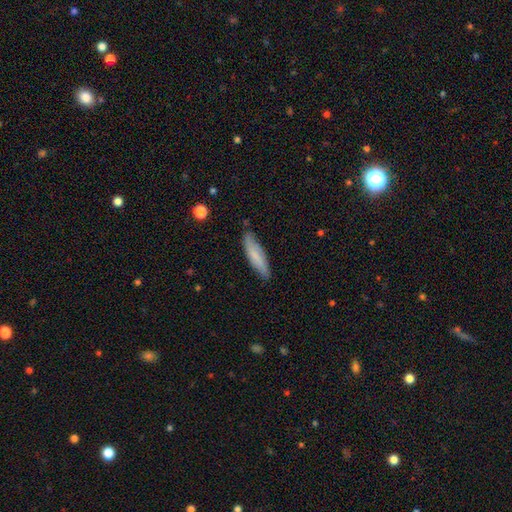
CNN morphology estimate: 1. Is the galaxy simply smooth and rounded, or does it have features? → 69% smooth, 25% featured or disk, 6% star or artifact.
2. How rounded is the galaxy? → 70% cigar-shaped, 29% in between, 2% round.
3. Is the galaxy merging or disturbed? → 78% none, 18% minor disturbance, 3% major disturbance, 2% merger.